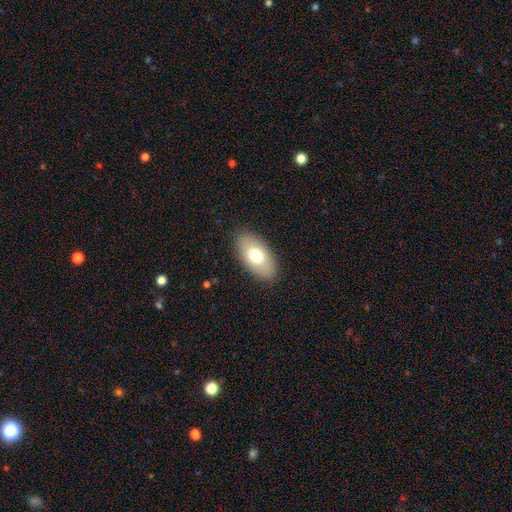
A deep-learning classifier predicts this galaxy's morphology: type=smooth (71%); roundness=in between (94%); merging=none (87%).